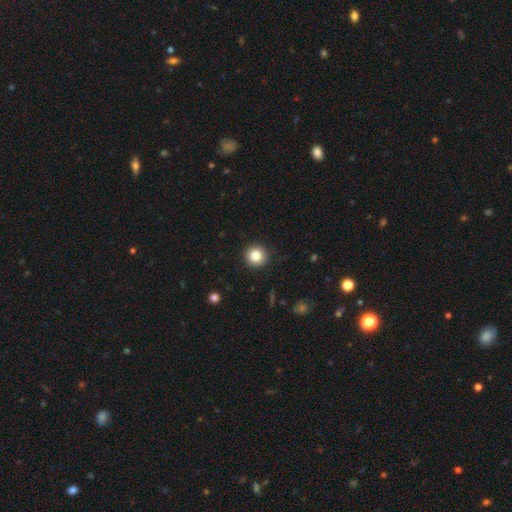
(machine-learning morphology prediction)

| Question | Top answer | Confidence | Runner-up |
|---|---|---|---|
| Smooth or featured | smooth | 83% | star or artifact (10%) |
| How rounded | round | 95% | in between (4%) |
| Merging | none | 92% | minor disturbance (5%) |